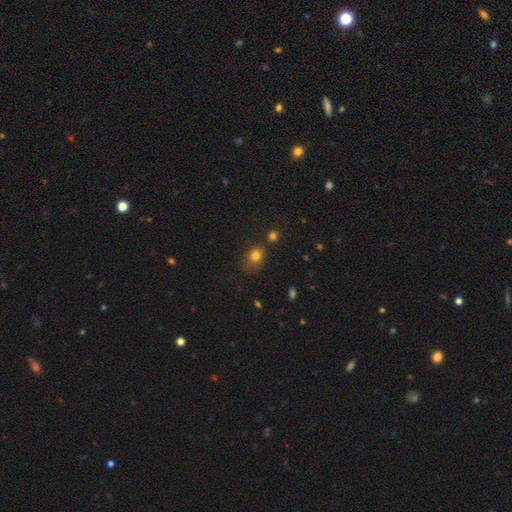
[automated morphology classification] The model was most divided on "how rounded": round: 56%, in between: 43%, cigar-shaped: 1%. More confident: smooth or featured — smooth (77%); merging — none (62%).